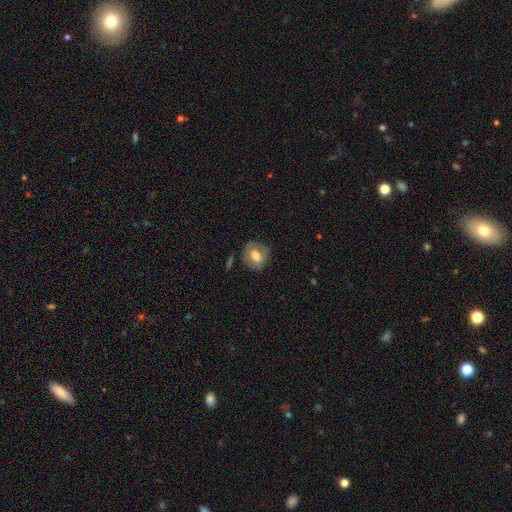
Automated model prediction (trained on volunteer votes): smooth-or-featured: smooth: 58% | featured or disk: 35% | star or artifact: 8%
  how-rounded: round: 62% | in between: 37% | cigar-shaped: 1%
  merging: none: 70% | minor disturbance: 20% | major disturbance: 7% | merger: 3%